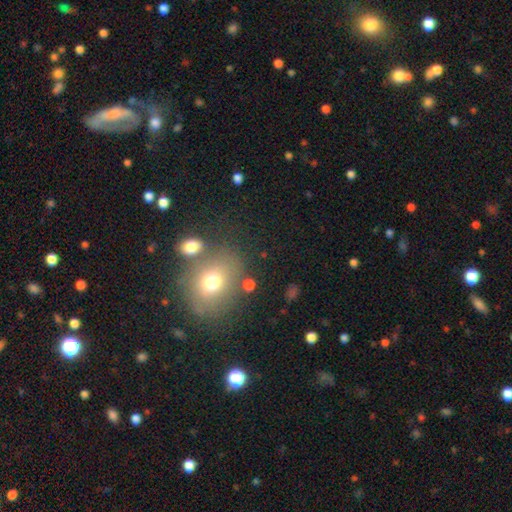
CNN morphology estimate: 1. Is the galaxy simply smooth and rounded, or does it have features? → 54% smooth, 30% star or artifact, 16% featured or disk.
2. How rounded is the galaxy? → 62% round, 37% in between, 2% cigar-shaped.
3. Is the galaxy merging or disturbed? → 78% none, 11% minor disturbance, 7% merger, 4% major disturbance.